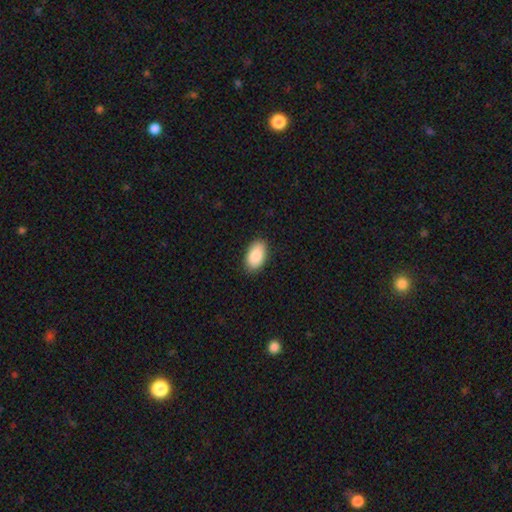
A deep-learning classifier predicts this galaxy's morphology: Q: Smooth or featured?
A: smooth (89%); runner-up: star or artifact (6%)
Q: How rounded?
A: in between (94%); runner-up: round (4%)
Q: Merging?
A: none (88%); runner-up: minor disturbance (9%)